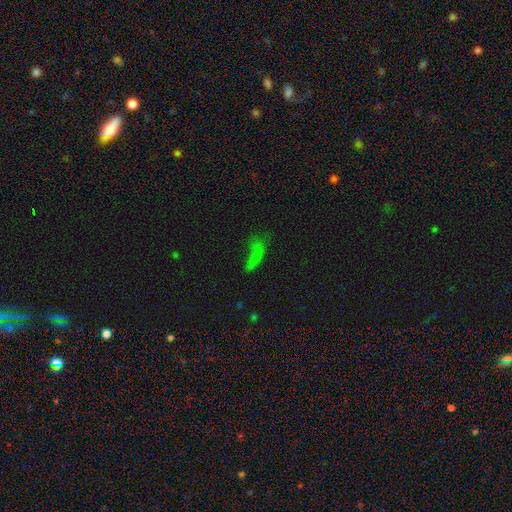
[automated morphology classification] This appears to be a smooth galaxy with no disk features (62%) that is in between round and cigar-shaped (50%). Merging: none (40%).